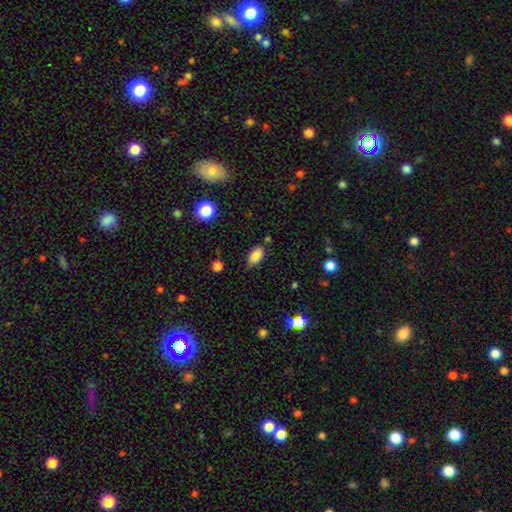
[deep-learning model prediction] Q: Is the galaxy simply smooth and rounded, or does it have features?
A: smooth — 85%.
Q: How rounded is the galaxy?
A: in between — 92%.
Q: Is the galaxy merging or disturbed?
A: none — 78%.